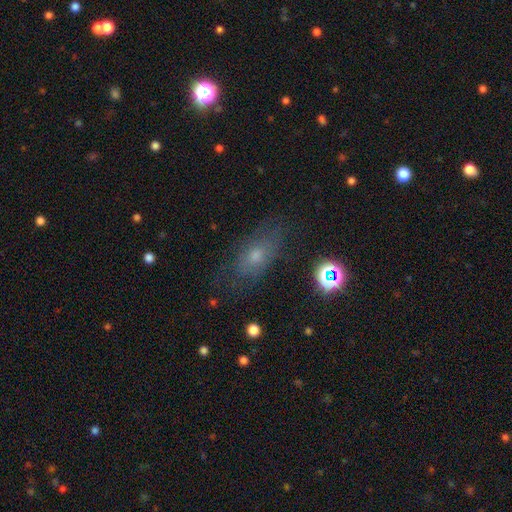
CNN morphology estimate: smooth 53%, featured or disk 26%, star or artifact 21%. Down the decision tree: how rounded — in between (76%); merging — none (73%).